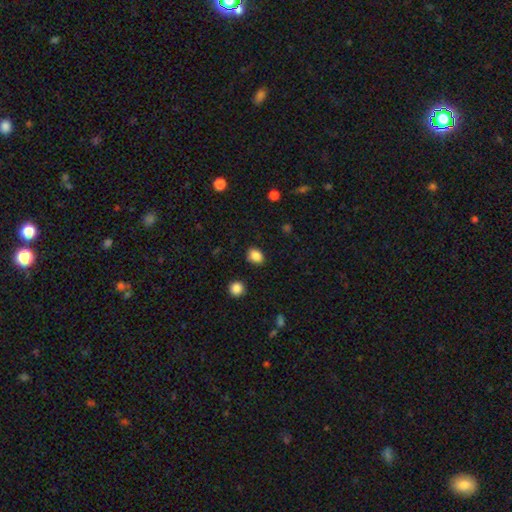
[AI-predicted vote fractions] A smooth galaxy with no disk features (87%) that is in between round and cigar-shaped (62%).

Vote fractions:
- Smooth or featured? smooth: 87% / star or artifact: 10% / featured or disk: 4%
- How rounded? in between: 62% / round: 37% / cigar-shaped: 1%
- Merging? none: 85% / minor disturbance: 11% / major disturbance: 3% / merger: 2%